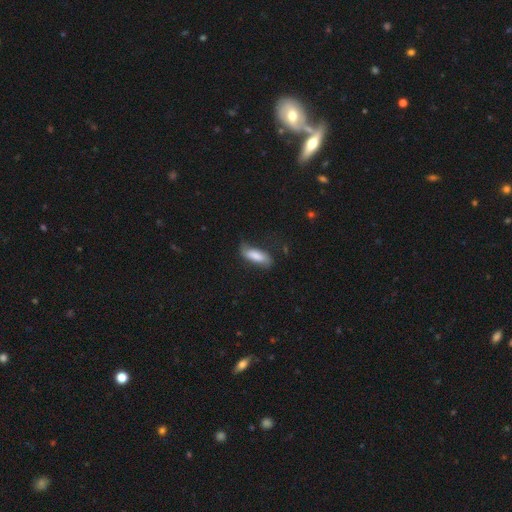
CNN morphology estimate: Smooth or featured? smooth (73%)
How rounded? in between (61%)
Merging? none (59%)